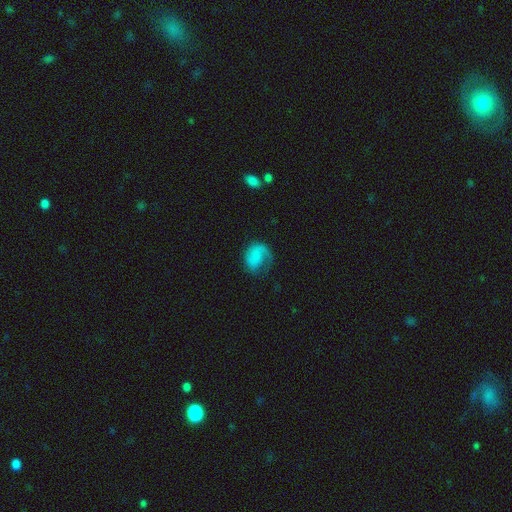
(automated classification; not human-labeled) This is possibly a featured or disk galaxy (50%). Merging: possibly none (46%).